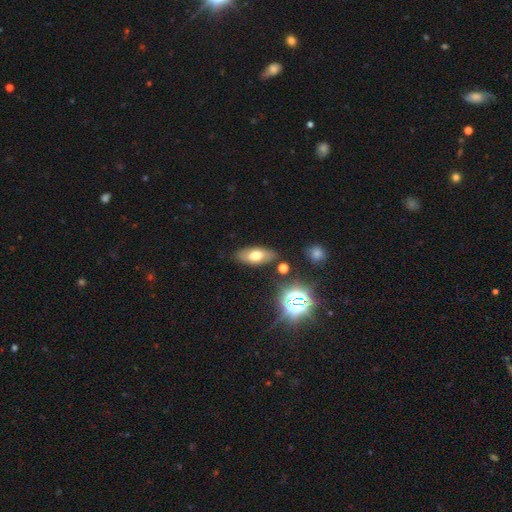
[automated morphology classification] Smooth or featured: smooth — 64% (featured or disk — 23%)
How rounded: in between — 85% (cigar-shaped — 10%)
Merging: none — 84% (minor disturbance — 11%)